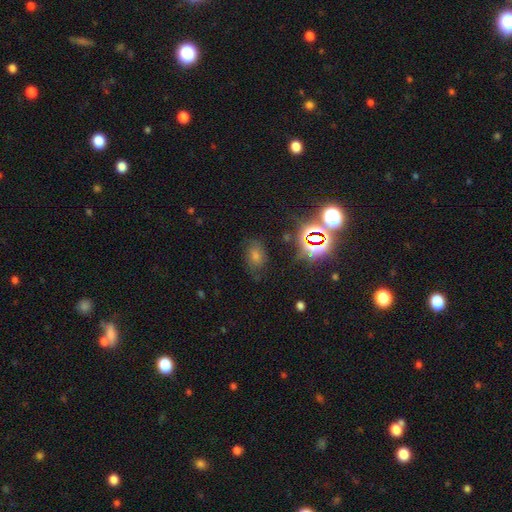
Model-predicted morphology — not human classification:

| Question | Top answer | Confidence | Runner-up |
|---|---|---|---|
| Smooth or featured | star or artifact | 47% | smooth (35%) |